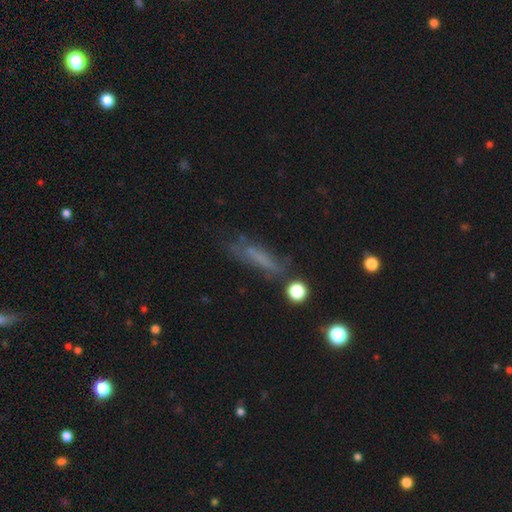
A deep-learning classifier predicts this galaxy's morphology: Smooth or featured? Predicted: smooth (p=0.44). Merging? Predicted: none (p=0.63).